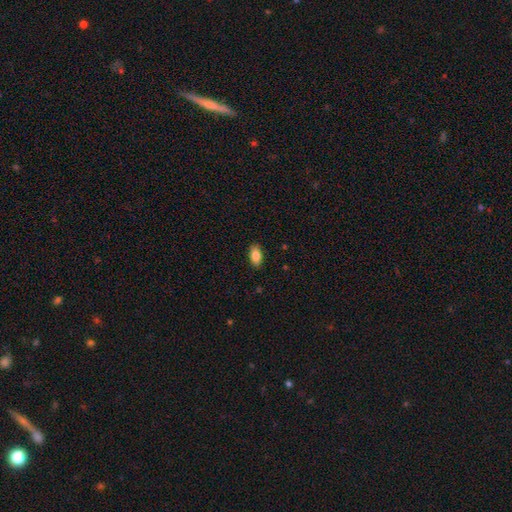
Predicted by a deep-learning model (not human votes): smooth 83%, featured or disk 10%, star or artifact 7%. Down the decision tree: how rounded — in between (90%); merging — none (88%).